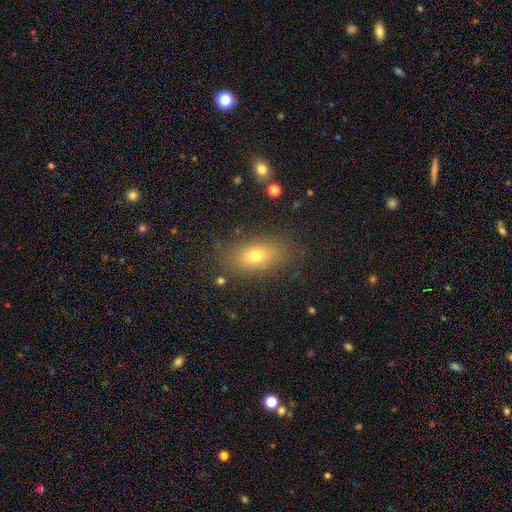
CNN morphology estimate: A smooth galaxy with no disk features (69%) that is in between round and cigar-shaped (81%). Merging: none (83%).